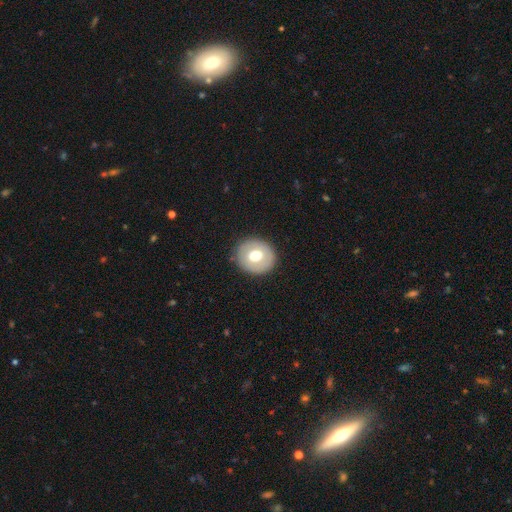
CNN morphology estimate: smooth 63%, featured or disk 29%, star or artifact 8%. Down the decision tree: how rounded — round (84%); merging — none (89%).